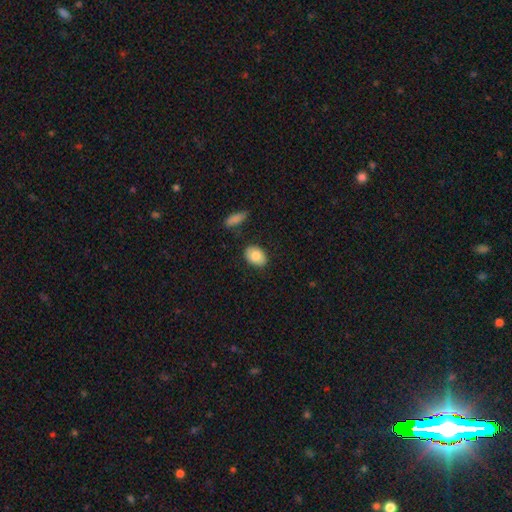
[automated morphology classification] type=smooth (82%); roundness=in between (77%); merging=none (85%).